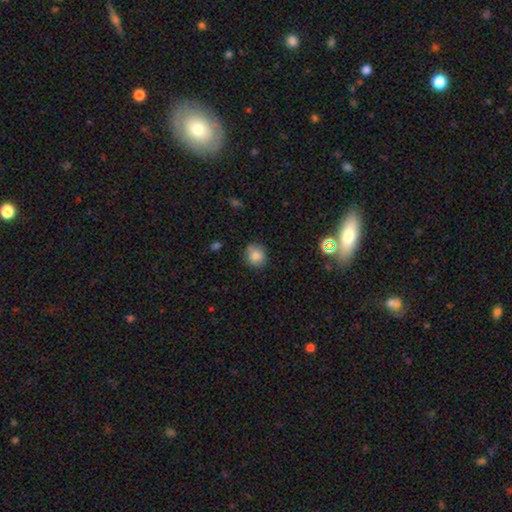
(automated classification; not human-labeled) Overall: smooth (82%). How rounded: round (82%). Merging: none (82%).